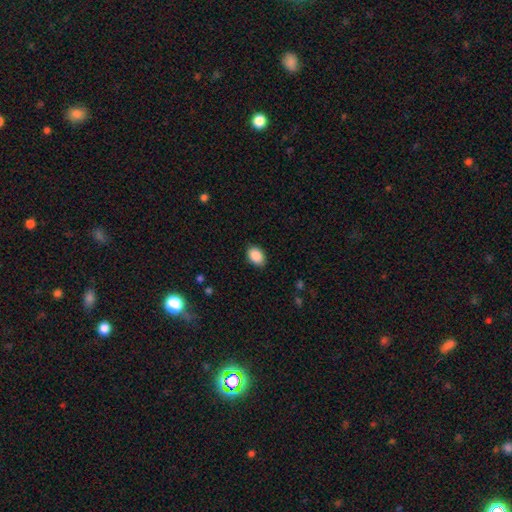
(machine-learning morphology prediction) Smooth or featured? Predicted: smooth (p=0.90). How rounded? Predicted: in between (p=0.84). Merging? Predicted: none (p=0.86).